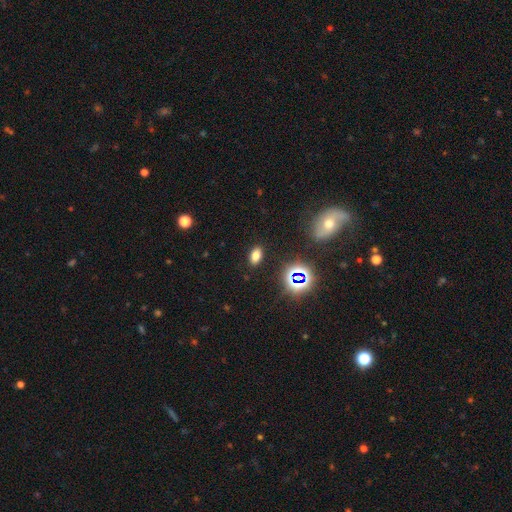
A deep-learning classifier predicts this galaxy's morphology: smooth 70%, star or artifact 22%, featured or disk 8%. Down the decision tree: how rounded — in between (87%); merging — none (88%).